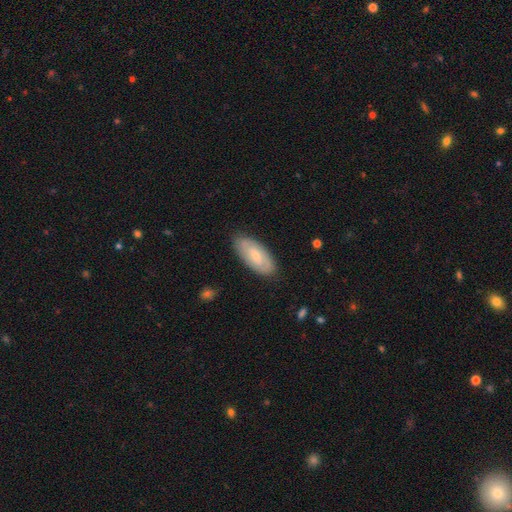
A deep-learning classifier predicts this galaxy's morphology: smooth-or-featured: smooth: 55% | featured or disk: 39% | star or artifact: 6%
  how-rounded: in between: 89% | cigar-shaped: 9% | round: 2%
  merging: none: 85% | minor disturbance: 12% | major disturbance: 2% | merger: 1%